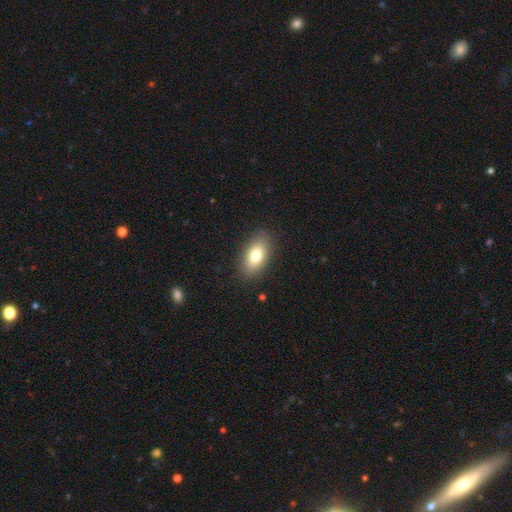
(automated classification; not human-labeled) A smooth galaxy with no disk features (78%) that is in between round and cigar-shaped (89%).

Vote fractions:
- Smooth or featured? smooth: 78% / featured or disk: 14% / star or artifact: 8%
- How rounded? in between: 89% / round: 6% / cigar-shaped: 5%
- Merging? none: 87% / minor disturbance: 10% / major disturbance: 3% / merger: 1%